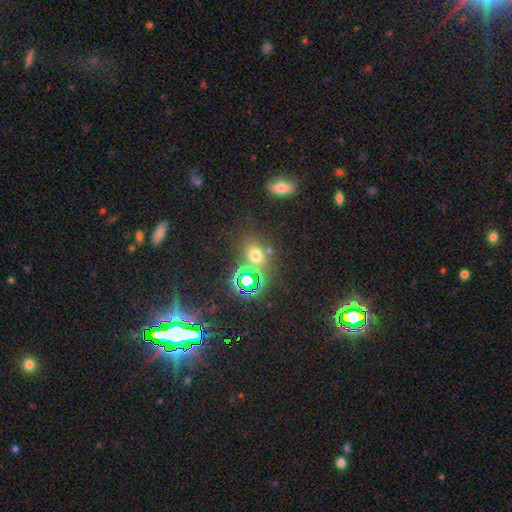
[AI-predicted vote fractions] smooth_or_featured: smooth (p=0.56) [alt: star or artifact p=0.35]
how_rounded: round (p=0.52) [alt: in between p=0.46]
merging: none (p=0.68) [alt: merger p=0.17]